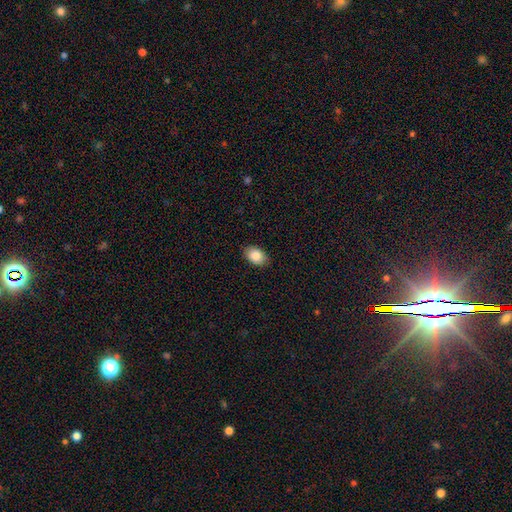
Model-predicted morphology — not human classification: smooth 88%, star or artifact 7%, featured or disk 5%. Down the decision tree: how rounded — in between (86%); merging — none (86%).